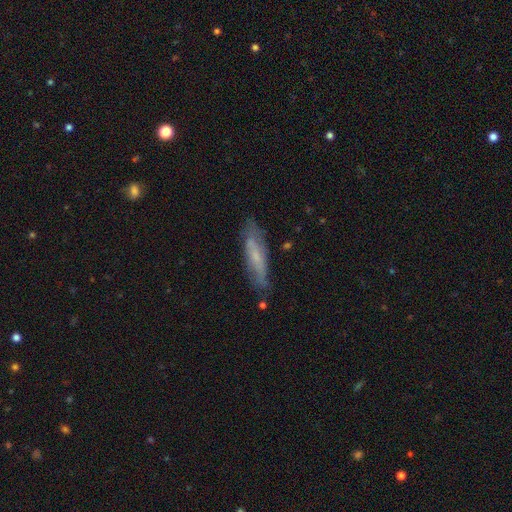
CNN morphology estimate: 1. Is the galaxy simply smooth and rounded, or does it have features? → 48% featured or disk, 45% smooth, 8% star or artifact.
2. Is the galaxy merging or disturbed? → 75% none, 18% minor disturbance, 4% major disturbance, 2% merger.